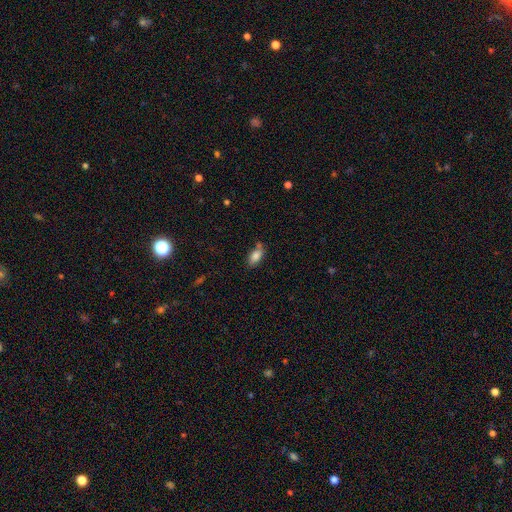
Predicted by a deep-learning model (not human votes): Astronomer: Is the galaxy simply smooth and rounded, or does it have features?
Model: smooth — 82%.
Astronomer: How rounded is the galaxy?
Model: in between — 89%.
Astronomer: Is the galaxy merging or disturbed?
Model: none — 62%.